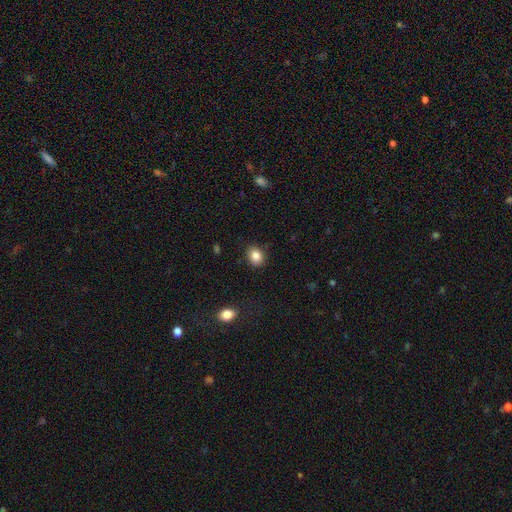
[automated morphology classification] A smooth galaxy with no disk features (85%) that is round (55%).

Vote fractions:
- Smooth or featured? smooth: 85% / star or artifact: 10% / featured or disk: 5%
- How rounded? round: 55% / in between: 44% / cigar-shaped: 1%
- Merging? none: 85% / minor disturbance: 11% / major disturbance: 3% / merger: 1%